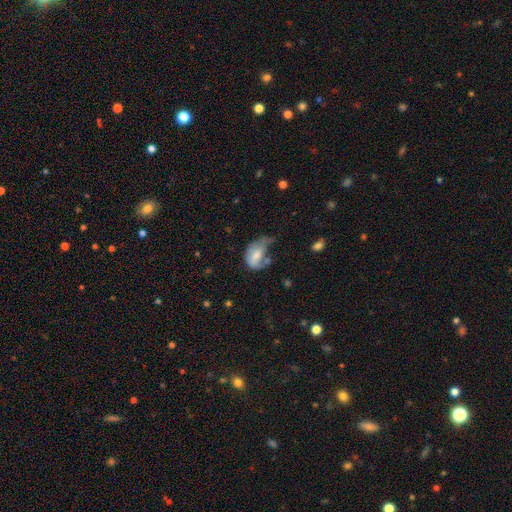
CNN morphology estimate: smooth 61%, featured or disk 31%, star or artifact 8%. Down the decision tree: how rounded — in between (81%); merging — major disturbance (41%).